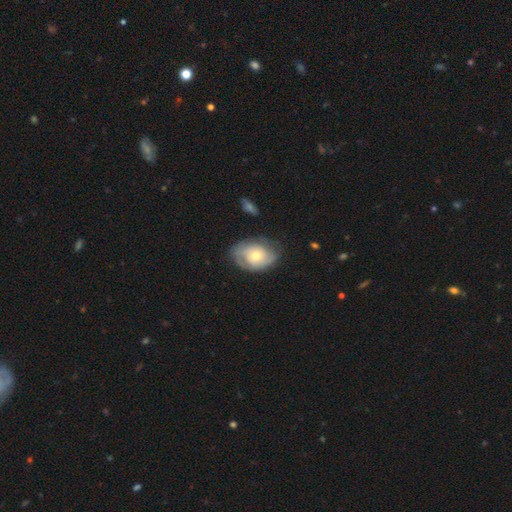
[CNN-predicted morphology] featured or disk 58%, smooth 36%, star or artifact 6%. Down the decision tree: edge-on disk — no (95%); bar — no (75%); spiral arms — yes (80%); bulge size — moderate (57%); merging — none (68%).